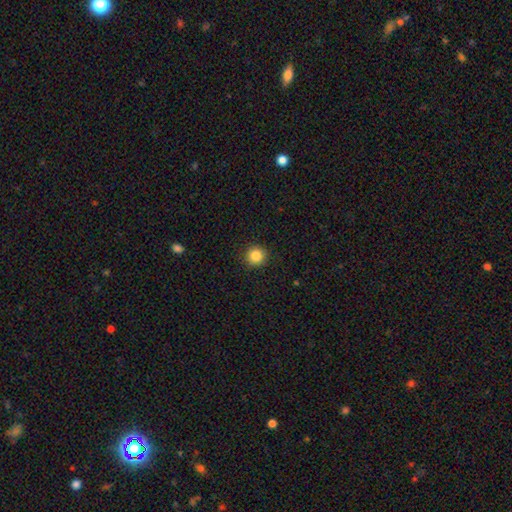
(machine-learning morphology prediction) smooth 85%, star or artifact 11%, featured or disk 5%. Down the decision tree: how rounded — round (94%); merging — none (92%).